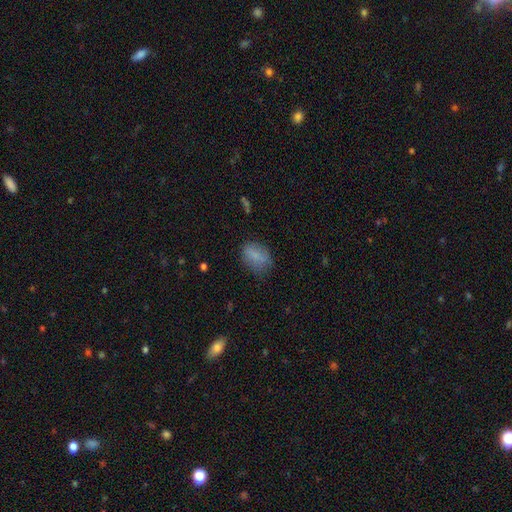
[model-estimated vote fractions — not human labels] smooth-or-featured: smooth: 80% | featured or disk: 11% | star or artifact: 10%
  how-rounded: in between: 78% | round: 19% | cigar-shaped: 3%
  merging: none: 68% | minor disturbance: 23% | major disturbance: 7% | merger: 2%